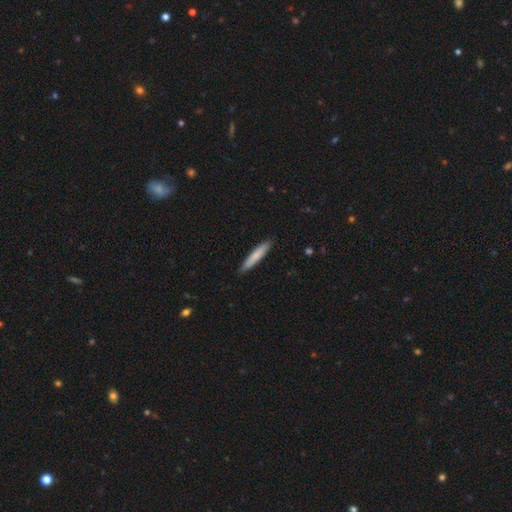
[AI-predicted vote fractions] Q: Smooth or featured?
A: smooth (78%); runner-up: featured or disk (16%)
Q: How rounded?
A: cigar-shaped (92%); runner-up: in between (7%)
Q: Merging?
A: none (90%); runner-up: minor disturbance (7%)